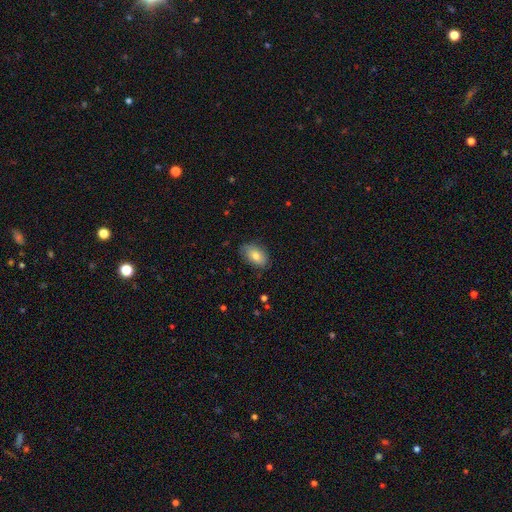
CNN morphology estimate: Smooth or featured? Predicted: smooth (p=0.76). How rounded? Predicted: in between (p=0.90). Merging? Predicted: none (p=0.77).